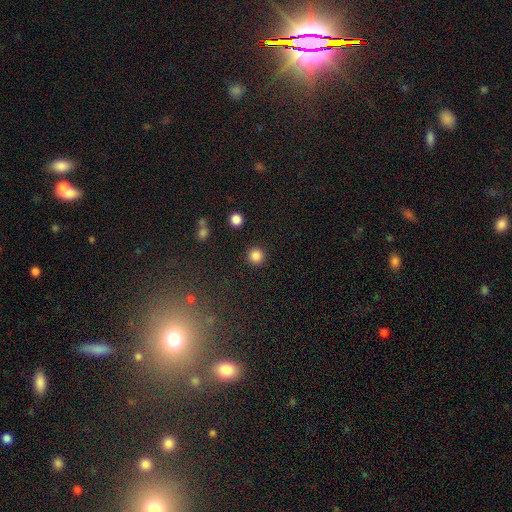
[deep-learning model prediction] Smooth or featured: smooth — 84% (star or artifact — 12%)
How rounded: round — 95% (in between — 4%)
Merging: none — 91% (minor disturbance — 5%)